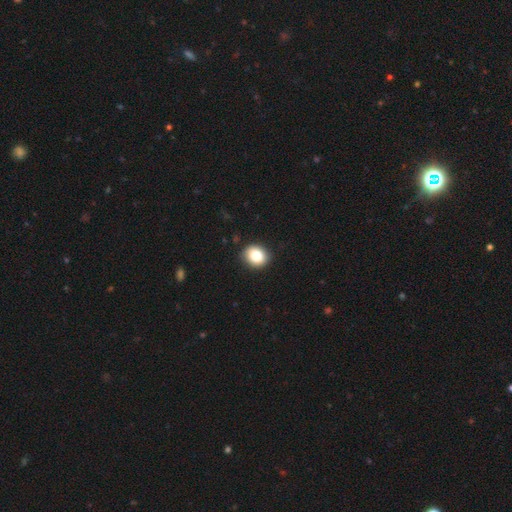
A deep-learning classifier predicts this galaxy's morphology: A smooth galaxy with no disk features (83%) that is round (62%). Merging: none (88%).